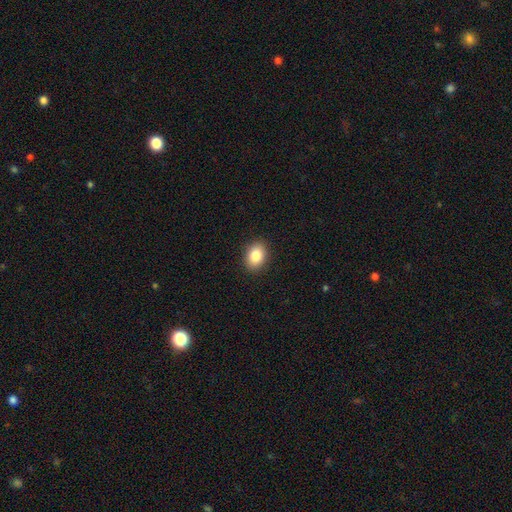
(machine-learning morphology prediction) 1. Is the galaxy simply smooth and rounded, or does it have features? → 86% smooth, 8% star or artifact, 6% featured or disk.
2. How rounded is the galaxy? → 78% in between, 21% round, 1% cigar-shaped.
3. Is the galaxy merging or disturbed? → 90% none, 7% minor disturbance, 2% major disturbance, 1% merger.